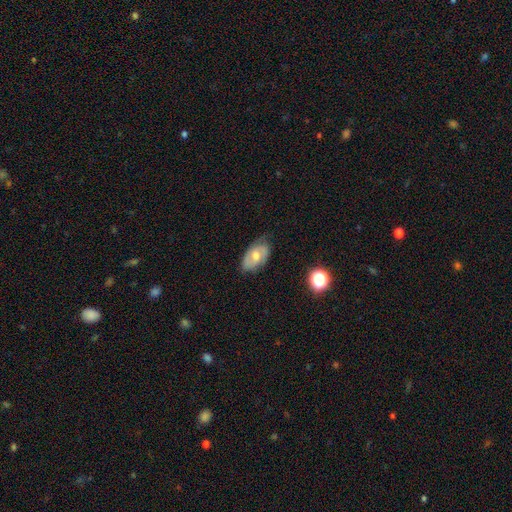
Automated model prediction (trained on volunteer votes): Q: Smooth or featured?
A: featured or disk (49%); runner-up: smooth (41%)
Q: Merging?
A: none (72%); runner-up: minor disturbance (22%)